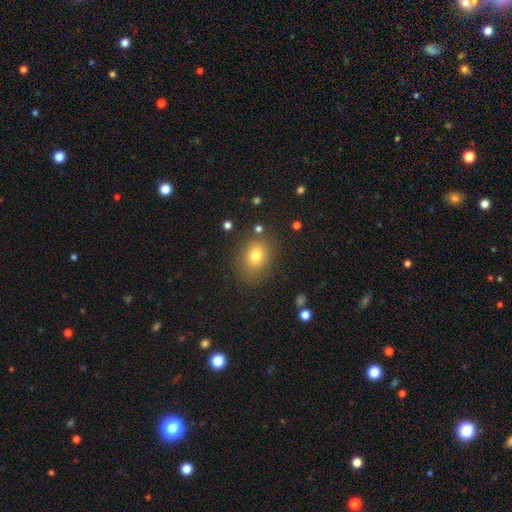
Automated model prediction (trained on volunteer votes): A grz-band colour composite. It shows a smooth galaxy with no disk features (76%) that is in between round and cigar-shaped (56%). Merging: none (81%).